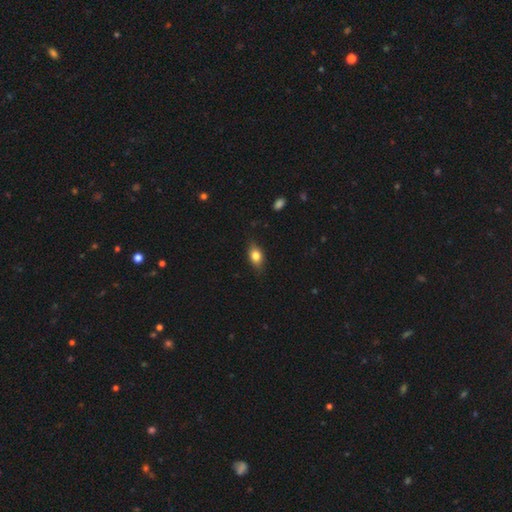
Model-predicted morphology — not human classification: Overall: smooth (75%). How rounded: in between (79%). Merging: none (79%).